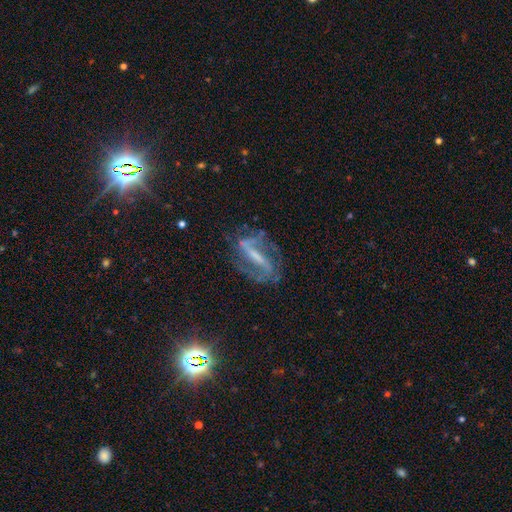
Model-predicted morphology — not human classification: featured or disk 81%, star or artifact 10%, smooth 9%. Down the decision tree: edge-on disk — no (87%); bar — strong (69%); spiral arms — yes (89%); spiral arm count — 2 (84%); spiral winding — medium (45%); bulge size — small (42%); merging — none (69%).